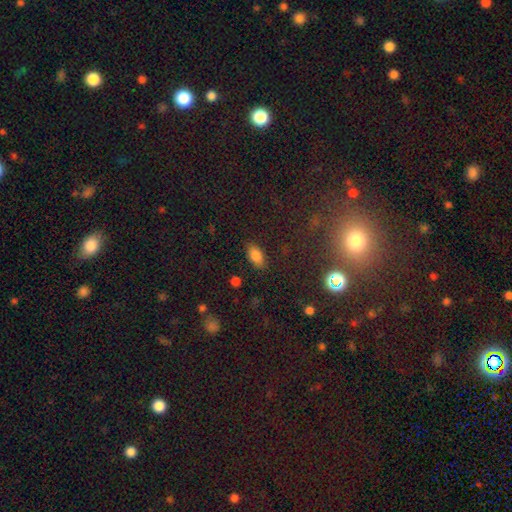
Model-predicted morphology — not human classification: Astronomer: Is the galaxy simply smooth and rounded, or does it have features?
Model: smooth — 82%.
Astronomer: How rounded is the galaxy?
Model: in between — 91%.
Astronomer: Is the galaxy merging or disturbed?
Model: none — 84%.